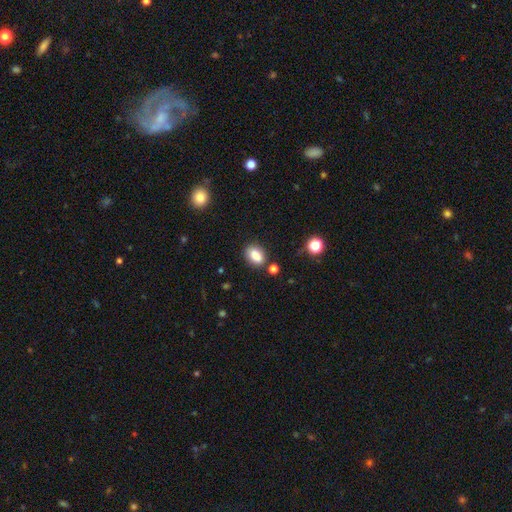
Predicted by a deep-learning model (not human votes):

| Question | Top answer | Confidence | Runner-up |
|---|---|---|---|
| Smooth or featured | smooth | 85% | star or artifact (9%) |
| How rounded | in between | 81% | round (17%) |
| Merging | none | 77% | minor disturbance (13%) |